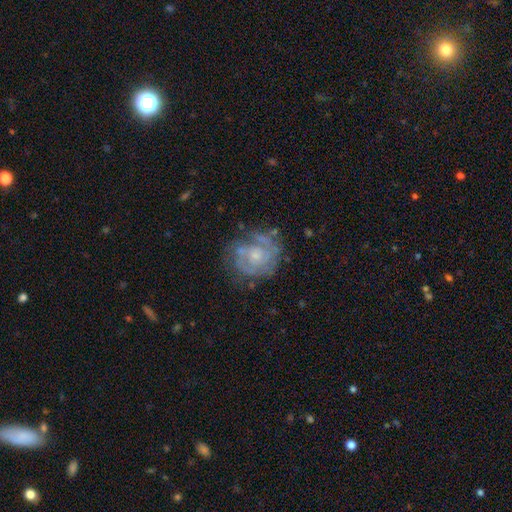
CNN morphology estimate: featured or disk 77%, smooth 16%, star or artifact 7%. Down the decision tree: edge-on disk — no (98%); bar — no (74%); spiral arms — yes (83%); spiral arm count — 2 (36%); spiral winding — tight (57%); bulge size — small (59%); merging — none (63%).